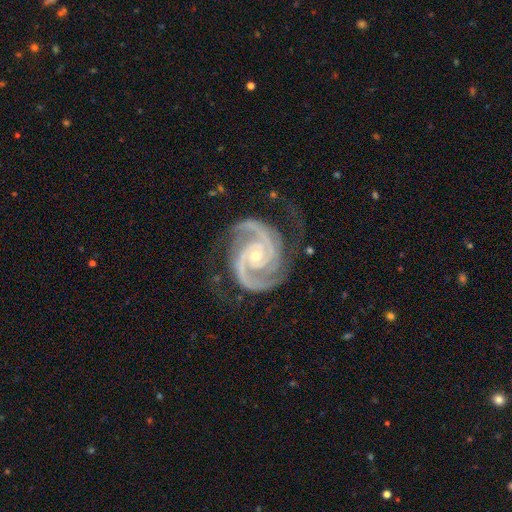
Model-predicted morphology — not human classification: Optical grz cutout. It shows a featured or disk galaxy (95%) with no bar (68%), 2 (69%) tight (62%) spiral arms (99%) and a small central bulge (68%). Merging: none (70%).